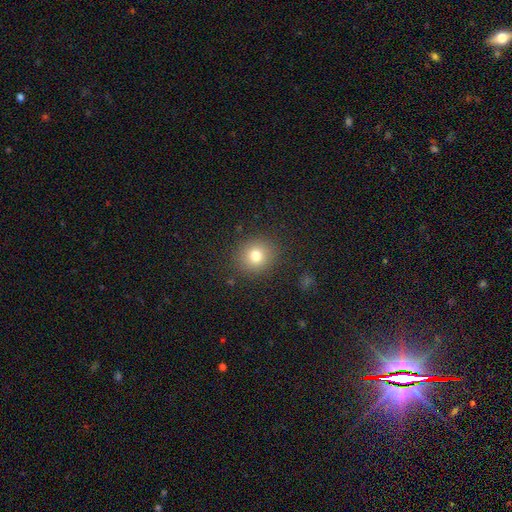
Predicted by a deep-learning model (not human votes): This appears to be a smooth galaxy with no disk features (78%) that is round (86%). Merging: none (88%).